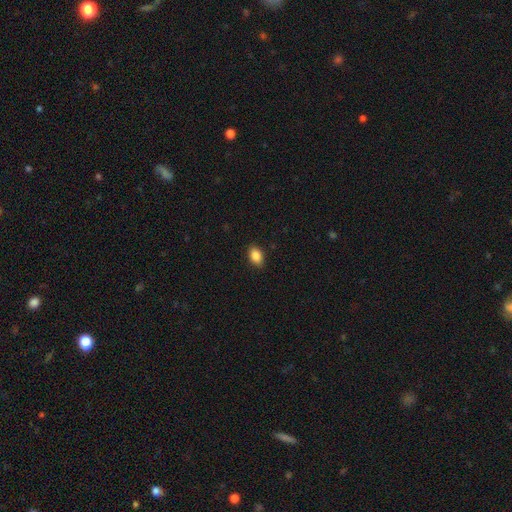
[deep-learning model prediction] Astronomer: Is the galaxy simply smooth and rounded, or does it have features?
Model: smooth — 87%.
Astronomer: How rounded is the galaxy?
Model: in between — 86%.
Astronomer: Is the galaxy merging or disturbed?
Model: none — 88%.